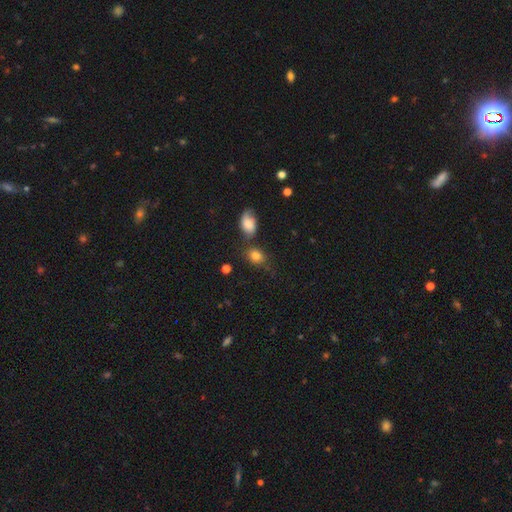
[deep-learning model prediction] This appears to be a smooth galaxy with no disk features (81%) that is in between round and cigar-shaped (56%). Merging: none (56%).